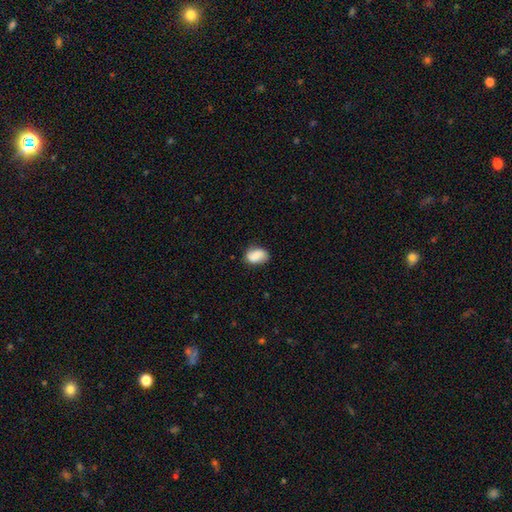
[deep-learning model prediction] A smooth galaxy with no disk features (80%) that is in between round and cigar-shaped (85%). Merging: none (72%).